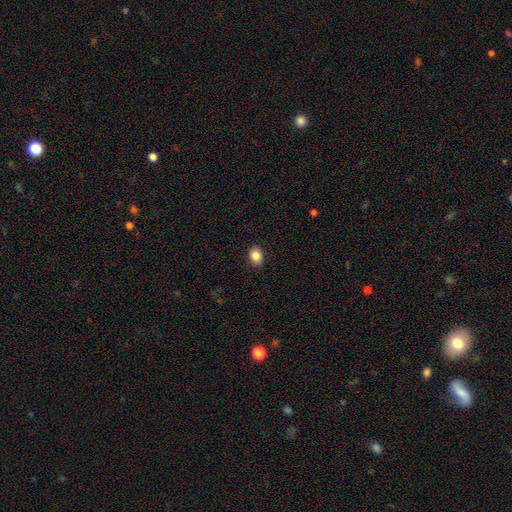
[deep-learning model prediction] Smooth or featured: smooth — 86% (star or artifact — 9%)
How rounded: in between — 59% (round — 41%)
Merging: none — 90% (minor disturbance — 8%)